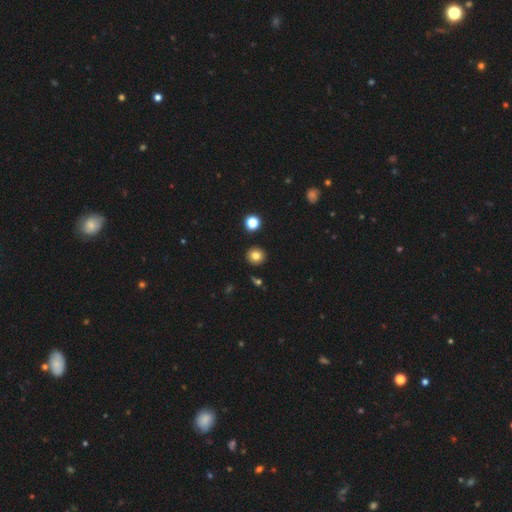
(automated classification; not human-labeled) Smooth or featured?
  - smooth: 80% *
  - star or artifact: 12%
  - featured or disk: 8%
How rounded?
  - round: 92% *
  - in between: 7%
  - cigar-shaped: 1%
Merging?
  - none: 90% *
  - minor disturbance: 6%
  - merger: 3%
  - major disturbance: 2%